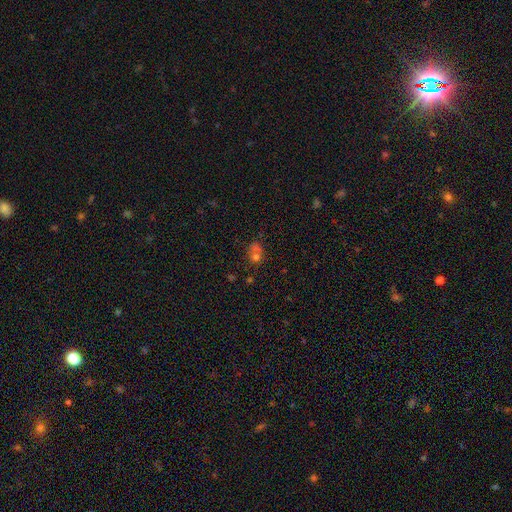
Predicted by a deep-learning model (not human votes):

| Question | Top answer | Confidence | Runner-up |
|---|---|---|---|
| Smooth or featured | smooth | 57% | star or artifact (27%) |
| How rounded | round | 72% | in between (27%) |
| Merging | none | 42% | merger (39%) |